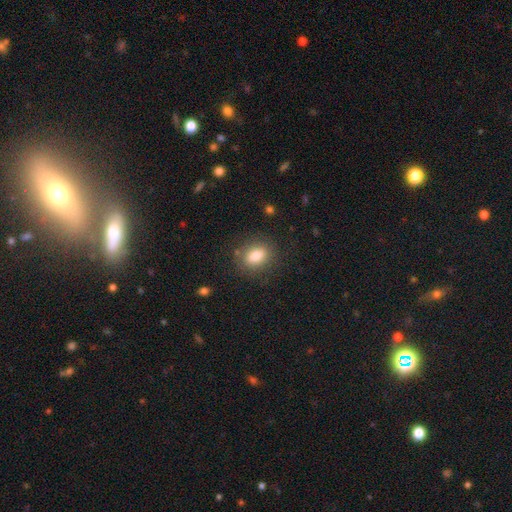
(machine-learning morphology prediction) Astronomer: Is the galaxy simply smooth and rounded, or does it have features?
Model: smooth — 84%.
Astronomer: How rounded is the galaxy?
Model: in between — 68%.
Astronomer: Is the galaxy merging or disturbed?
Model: none — 82%.